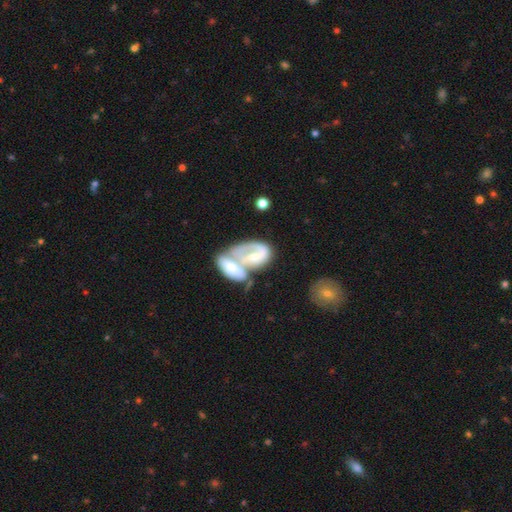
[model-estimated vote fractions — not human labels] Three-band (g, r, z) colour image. It shows a featured or disk galaxy (66%) with no bar (49%), spiral arms (66%) and a small central bulge (41%). Merging: merger (72%).